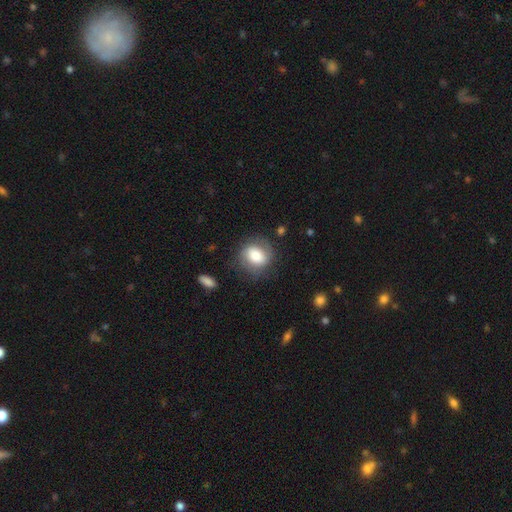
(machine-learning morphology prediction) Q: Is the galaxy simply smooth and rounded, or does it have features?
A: smooth — 62%.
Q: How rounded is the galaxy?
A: round — 66%.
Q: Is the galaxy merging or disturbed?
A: none — 73%.